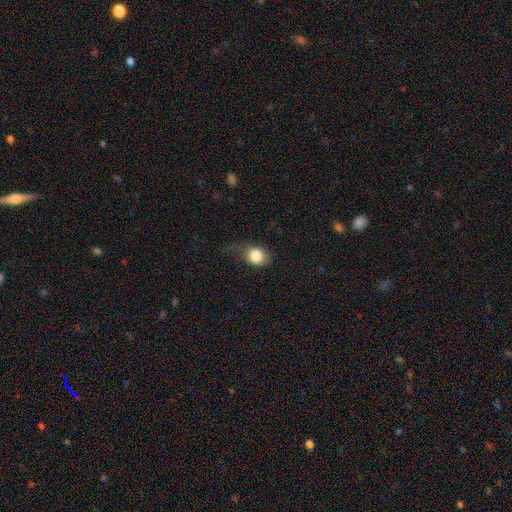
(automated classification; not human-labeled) A smooth galaxy with no disk features (81%) that is round (58%).

Vote fractions:
- Smooth or featured? smooth: 81% / featured or disk: 9% / star or artifact: 9%
- How rounded? round: 58% / in between: 41% / cigar-shaped: 1%
- Merging? none: 43% / minor disturbance: 30% / major disturbance: 24% / merger: 2%